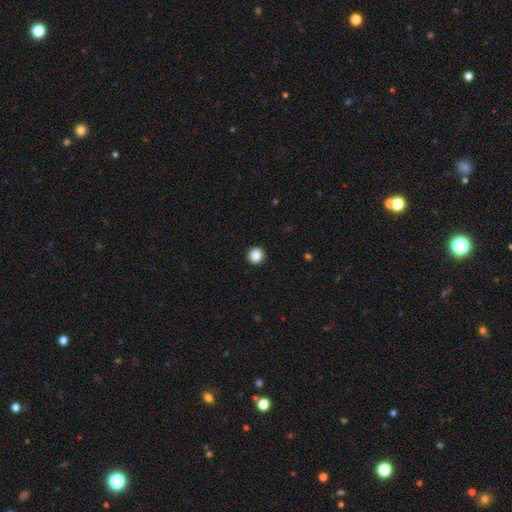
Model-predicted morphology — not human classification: smooth-or-featured: smooth: 87% | star or artifact: 10% | featured or disk: 3%
  how-rounded: round: 94% | in between: 5% | cigar-shaped: 1%
  merging: none: 94% | minor disturbance: 4% | major disturbance: 1% | merger: 1%